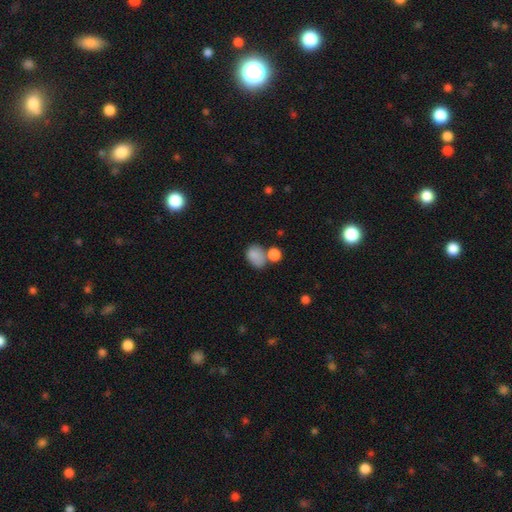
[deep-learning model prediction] A smooth galaxy with no disk features (83%) that is in between round and cigar-shaped (73%). Merging: none (43%).